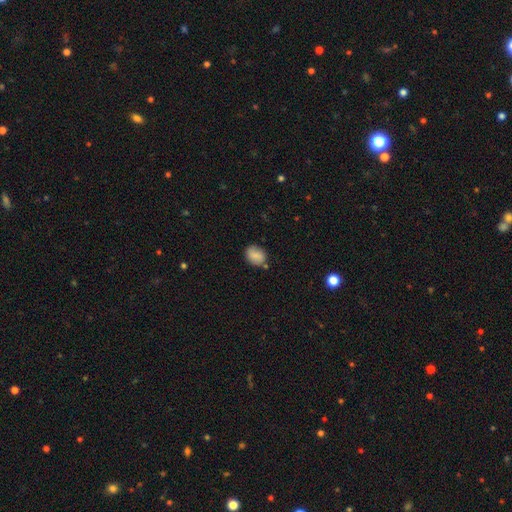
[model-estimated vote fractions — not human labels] Q: Smooth or featured?
A: smooth (82%); runner-up: featured or disk (10%)
Q: How rounded?
A: in between (55%); runner-up: round (44%)
Q: Merging?
A: none (75%); runner-up: minor disturbance (17%)